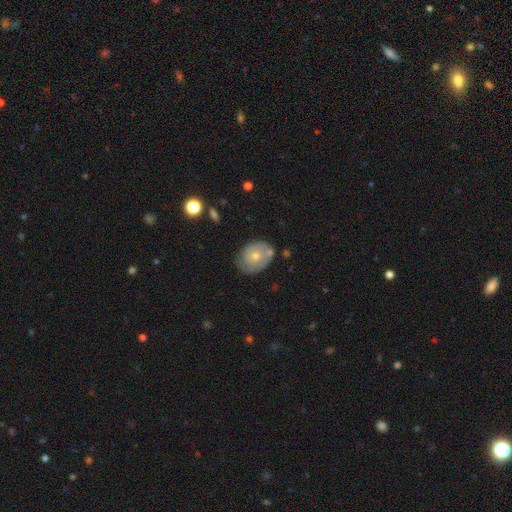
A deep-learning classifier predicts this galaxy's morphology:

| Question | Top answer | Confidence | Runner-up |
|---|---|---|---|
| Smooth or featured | smooth | 56% | featured or disk (37%) |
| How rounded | in between | 58% | round (41%) |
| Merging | none | 62% | minor disturbance (24%) |